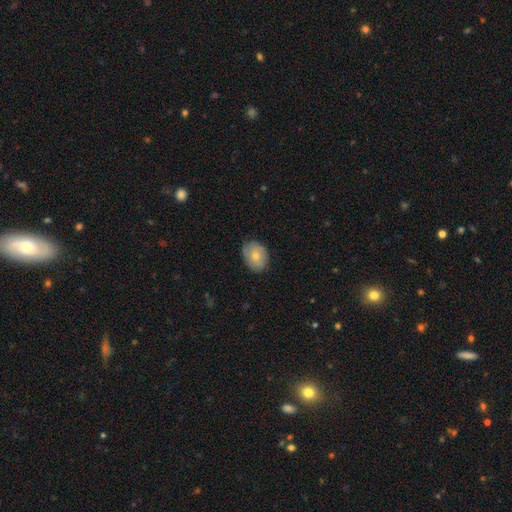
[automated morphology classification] smooth 68%, featured or disk 25%, star or artifact 7%. Down the decision tree: how rounded — in between (62%); merging — none (76%).